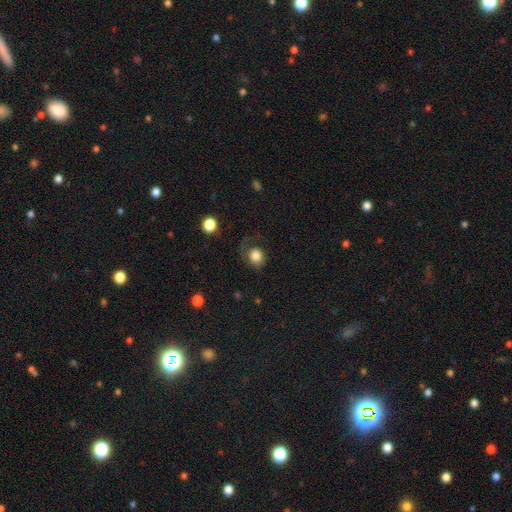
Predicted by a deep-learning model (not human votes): Smooth or featured: smooth — 79% (featured or disk — 12%)
How rounded: round — 71% (in between — 28%)
Merging: none — 51% (major disturbance — 26%)